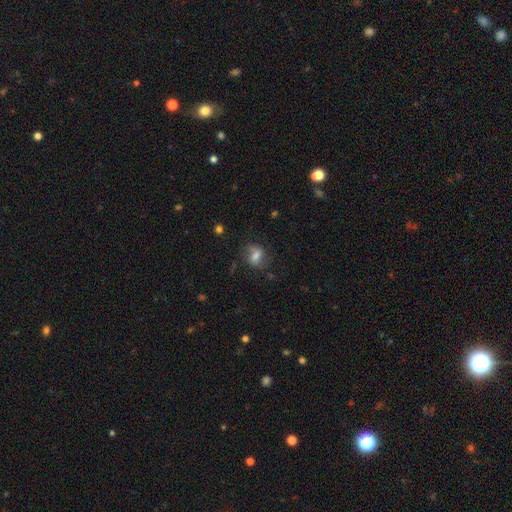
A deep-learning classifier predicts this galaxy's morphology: Smooth or featured? Predicted: smooth (p=0.63). How rounded? Predicted: in between (p=0.58). Merging? Predicted: none (p=0.60).